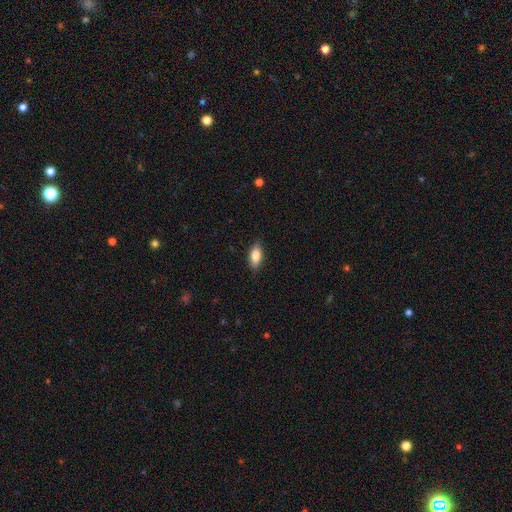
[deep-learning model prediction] smooth_or_featured: smooth (p=0.80) [alt: featured or disk p=0.13]
how_rounded: in between (p=0.82) [alt: cigar-shaped p=0.15]
merging: none (p=0.87) [alt: minor disturbance p=0.10]